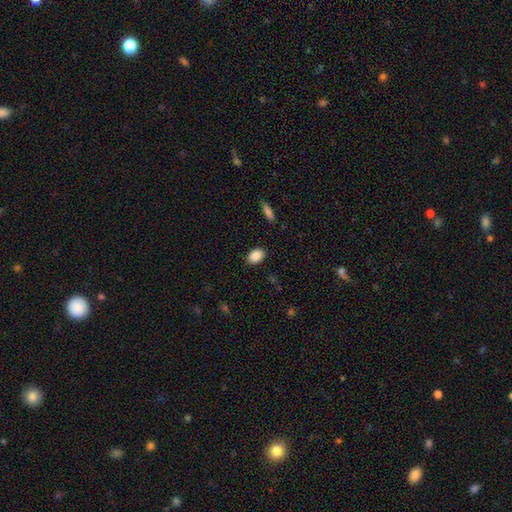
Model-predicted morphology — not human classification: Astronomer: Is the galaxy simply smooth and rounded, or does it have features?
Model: smooth — 89%.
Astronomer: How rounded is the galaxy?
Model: in between — 84%.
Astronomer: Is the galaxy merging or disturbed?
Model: none — 88%.